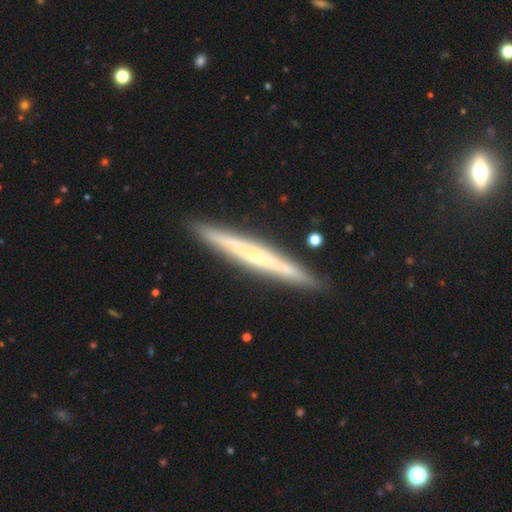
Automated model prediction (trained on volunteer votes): Smooth or featured? featured or disk (70%)
Edge-on disk? yes (96%)
Edge-on bulge? none (52%)
Merging? none (91%)